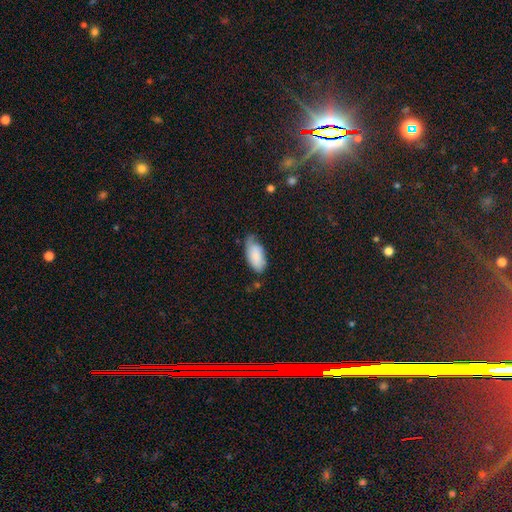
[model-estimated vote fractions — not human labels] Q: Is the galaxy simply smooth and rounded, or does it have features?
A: smooth — 82%.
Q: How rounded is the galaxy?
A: in between — 93%.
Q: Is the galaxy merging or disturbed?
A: none — 48%.